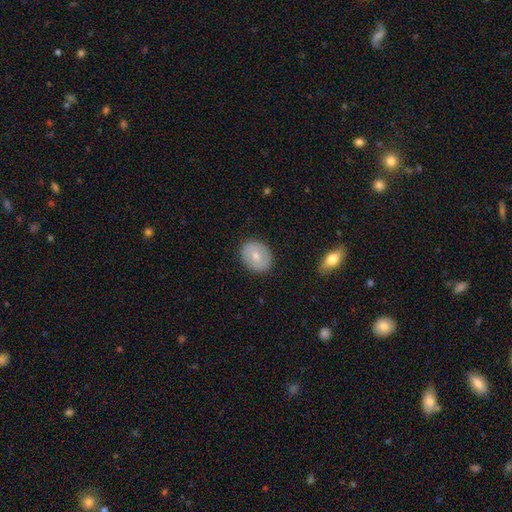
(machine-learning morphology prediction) Q: Smooth or featured?
A: smooth (64%); runner-up: featured or disk (29%)
Q: How rounded?
A: in between (51%); runner-up: round (48%)
Q: Merging?
A: none (88%); runner-up: minor disturbance (9%)